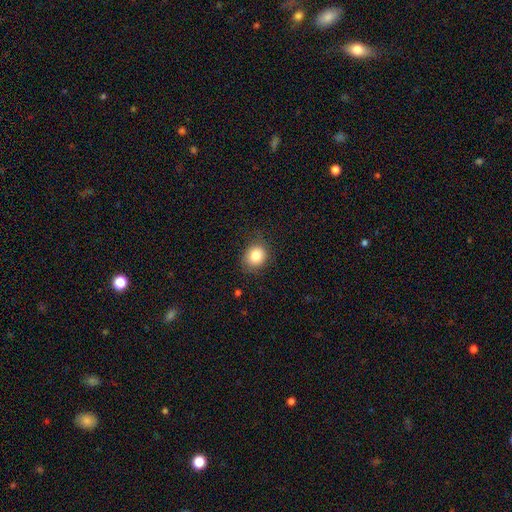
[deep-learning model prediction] This is clearly a smooth galaxy (82%). How rounded: likely round (69%). Merging: likely none (78%).